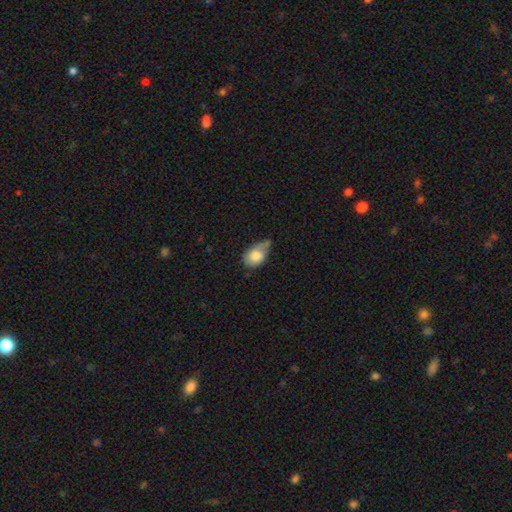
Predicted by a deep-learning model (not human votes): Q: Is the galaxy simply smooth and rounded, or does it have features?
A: smooth — 78%.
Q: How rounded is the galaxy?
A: in between — 84%.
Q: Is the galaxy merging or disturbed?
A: minor disturbance — 46%.